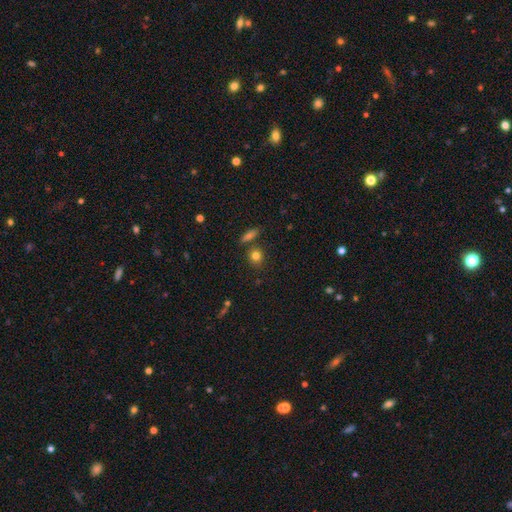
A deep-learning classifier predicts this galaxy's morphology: Overall: smooth (80%). How rounded: round (78%). Merging: none (76%).